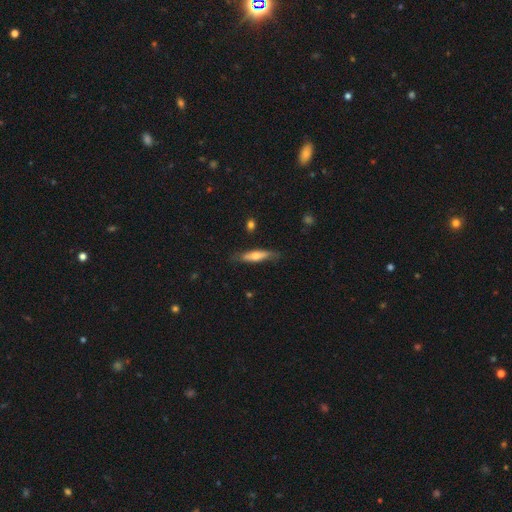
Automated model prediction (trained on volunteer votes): A smooth galaxy with no disk features (52%) that is cigar-shaped (74%). Merging: none (77%).